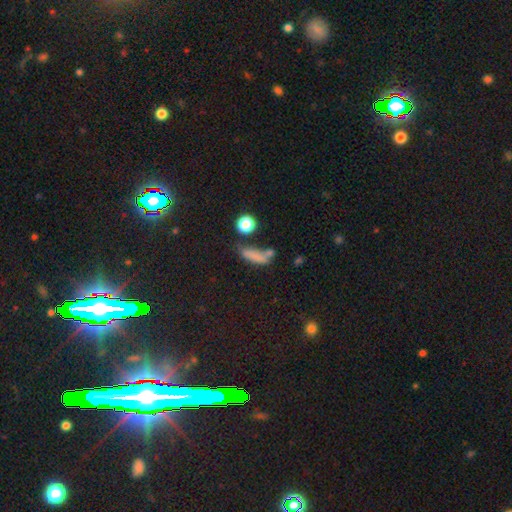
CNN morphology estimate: Smooth or featured? Predicted: smooth (p=0.70). How rounded? Predicted: cigar-shaped (p=0.47). Merging? Predicted: none (p=0.45).